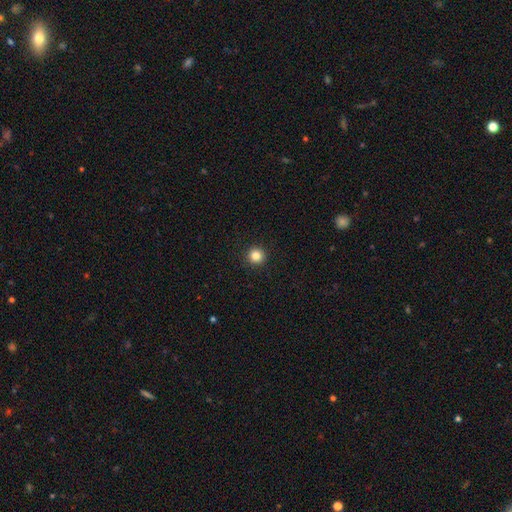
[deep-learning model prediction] Overall: smooth (84%). How rounded: round (95%). Merging: none (93%).